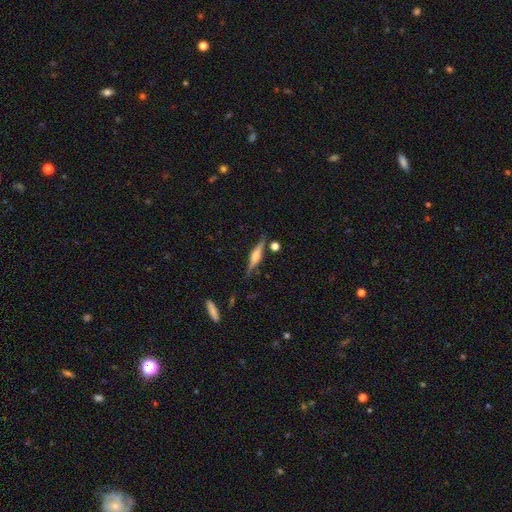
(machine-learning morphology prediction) A featured or disk galaxy (69%) viewed edge-on (97%) with a rounded central bulge (81%).

Vote fractions:
- Smooth or featured? featured or disk: 69% / smooth: 24% / star or artifact: 7%
- Edge-on disk? yes: 97% / no: 3%
- Edge-on bulge? rounded: 81% / boxy: 15% / none: 4%
- Merging? none: 82% / minor disturbance: 11% / merger: 5% / major disturbance: 3%